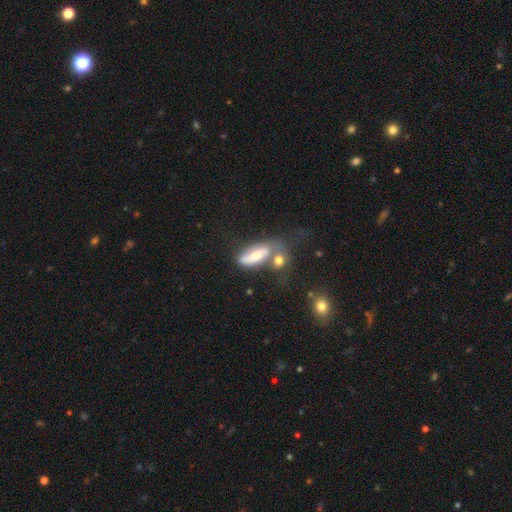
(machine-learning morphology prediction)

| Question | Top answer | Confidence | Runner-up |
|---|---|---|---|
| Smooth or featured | smooth | 47% | featured or disk (46%) |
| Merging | merger | 40% | none (32%) |